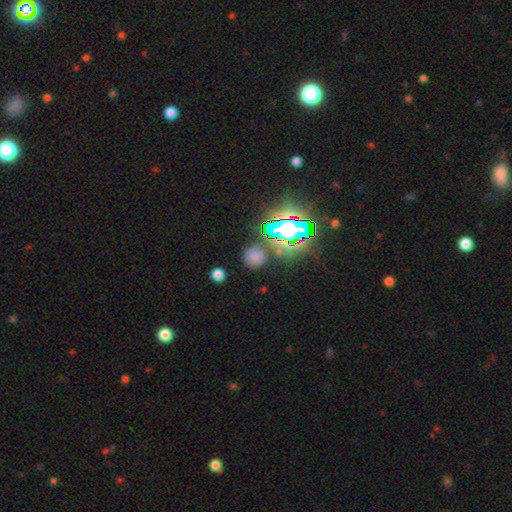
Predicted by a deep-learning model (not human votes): Overall: smooth (64%; star or artifact 28%). How rounded: round (89%). Merging: none (80%).